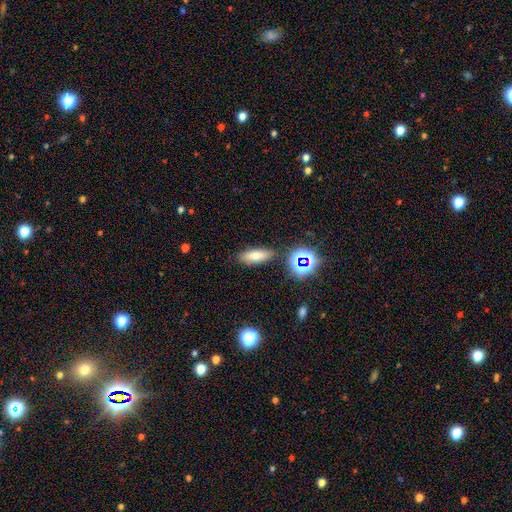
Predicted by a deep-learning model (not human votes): A smooth galaxy with no disk features (70%) that is in between round and cigar-shaped (61%). Merging: none (83%).